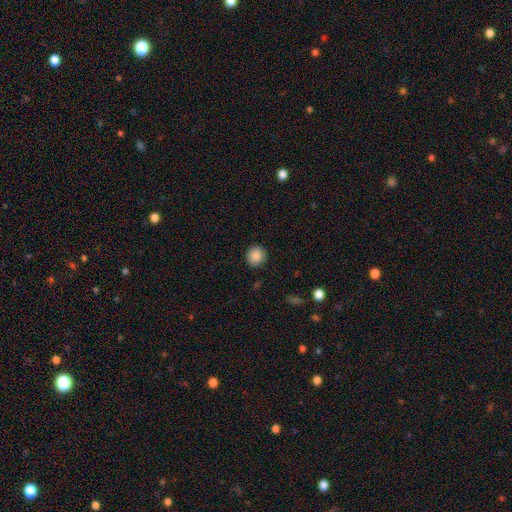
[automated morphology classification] A smooth galaxy with no disk features (88%) that is round (93%).

Vote fractions:
- Smooth or featured? smooth: 88% / star or artifact: 9% / featured or disk: 4%
- How rounded? round: 93% / in between: 6% / cigar-shaped: 1%
- Merging? none: 90% / minor disturbance: 7% / major disturbance: 2% / merger: 1%